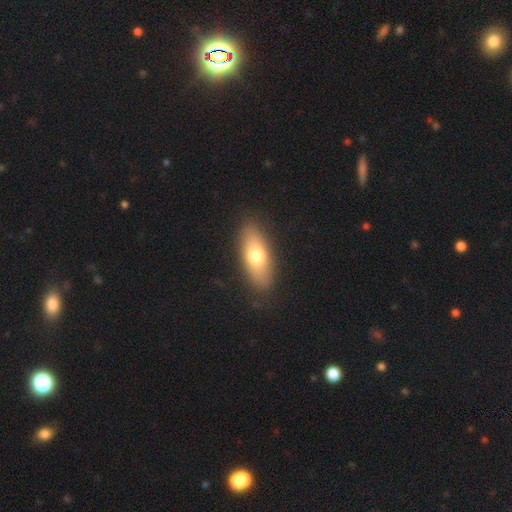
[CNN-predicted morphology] Smooth or featured: smooth — 69% (featured or disk — 24%)
How rounded: in between — 76% (cigar-shaped — 20%)
Merging: none — 85% (minor disturbance — 10%)